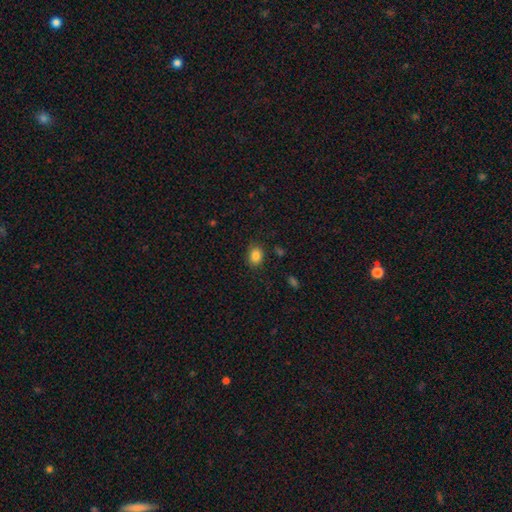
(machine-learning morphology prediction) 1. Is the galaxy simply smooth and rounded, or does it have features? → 85% smooth, 10% star or artifact, 5% featured or disk.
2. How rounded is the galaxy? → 58% in between, 41% round, 1% cigar-shaped.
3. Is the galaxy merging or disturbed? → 83% none, 12% minor disturbance, 3% major disturbance, 2% merger.